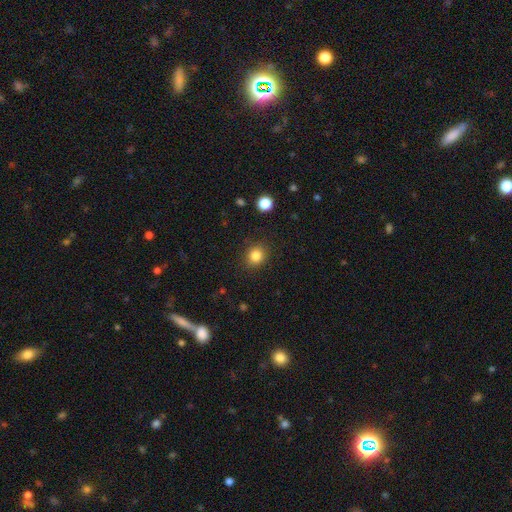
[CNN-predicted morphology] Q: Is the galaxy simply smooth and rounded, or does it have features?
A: smooth — 83%.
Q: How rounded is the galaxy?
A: round — 76%.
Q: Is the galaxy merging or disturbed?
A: none — 87%.